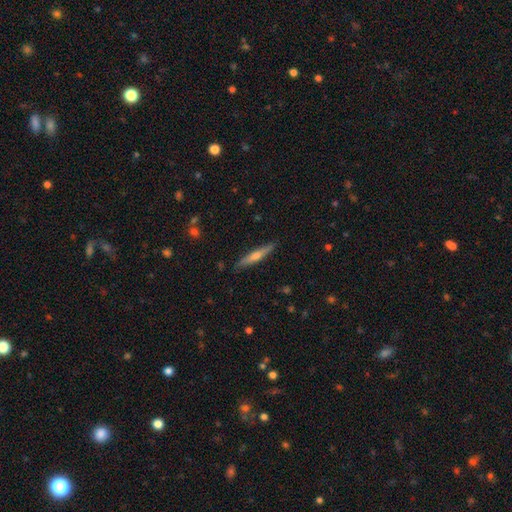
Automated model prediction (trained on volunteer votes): smooth-or-featured: featured or disk: 60% | smooth: 34% | star or artifact: 6%
  disk-edge-on: yes: 96% | no: 4%
    edge-on-bulge: rounded: 82% | none: 13% | boxy: 5%
  merging: none: 90% | minor disturbance: 8% | major disturbance: 1% | merger: 1%